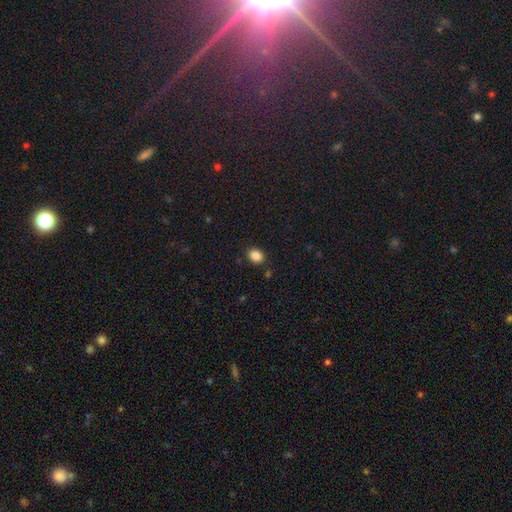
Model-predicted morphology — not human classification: Smooth or featured: smooth — 86% (star or artifact — 10%)
How rounded: in between — 53% (round — 46%)
Merging: none — 87% (minor disturbance — 9%)